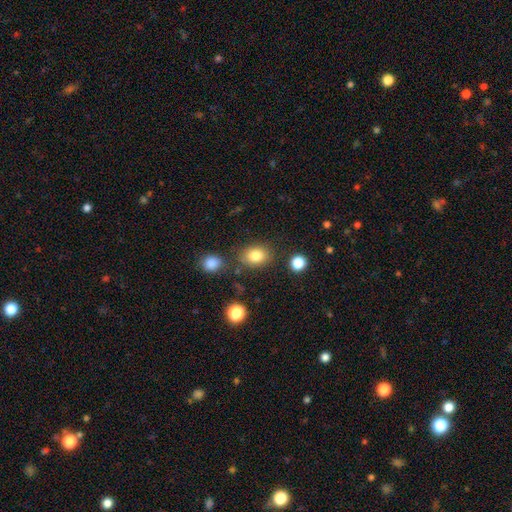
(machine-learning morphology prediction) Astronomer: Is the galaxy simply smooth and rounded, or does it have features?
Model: smooth — 82%.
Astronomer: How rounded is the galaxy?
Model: in between — 59% (runner-up: round, 40%).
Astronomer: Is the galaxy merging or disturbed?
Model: none — 76%.